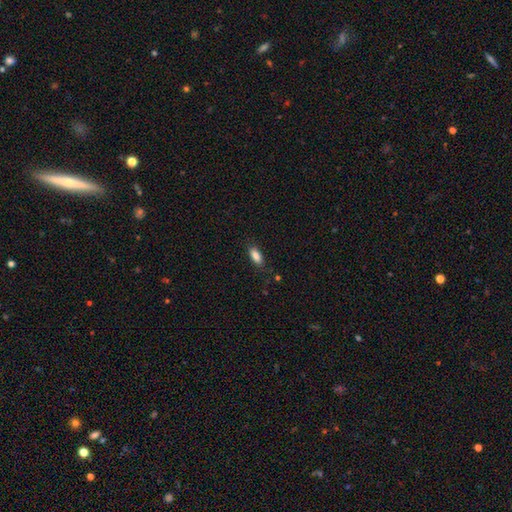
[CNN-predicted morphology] Smooth or featured? smooth (86%)
How rounded? in between (81%)
Merging? none (82%)